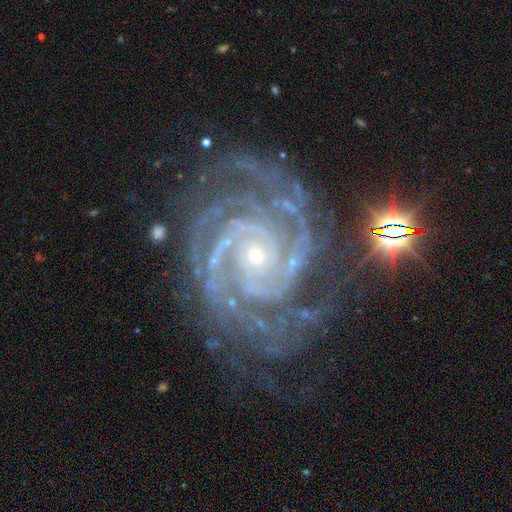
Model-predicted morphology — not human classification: A featured or disk galaxy (92%) with no bar (70%), 2 (35%) tight (79%) spiral arms (99%) and a small central bulge (80%).

Vote fractions:
- Smooth or featured? featured or disk: 92% / star or artifact: 6% / smooth: 2%
- Edge-on disk? no: 98% / yes: 2%
- Bar? no: 70% / weak: 19% / strong: 12%
- Spiral arms? yes: 99% / no: 1%
- Spiral winding? tight: 79% / medium: 19% / loose: 2%
- Spiral arm count? 2: 35% / 3: 21% / 4: 16% / can't tell: 11% / more than 4: 10% / 1: 7%
- Bulge size? small: 80% / moderate: 16% / none: 1% / large: 1% / dominant: 1%
- Merging? none: 71% / minor disturbance: 19% / major disturbance: 8% / merger: 2%